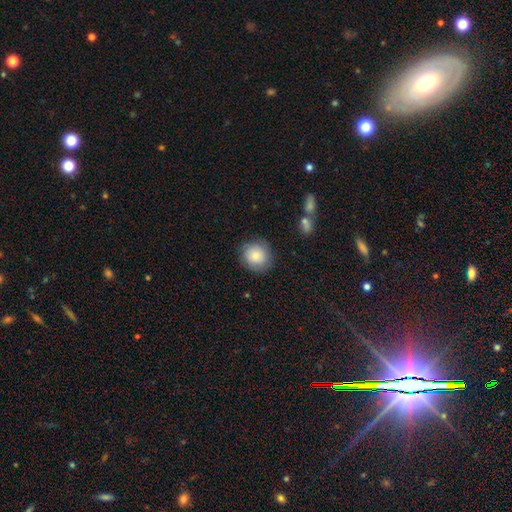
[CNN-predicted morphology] The model was most divided on "smooth or featured": smooth: 77%, featured or disk: 15%, star or artifact: 8%. More confident: how rounded — round (87%); merging — none (82%).